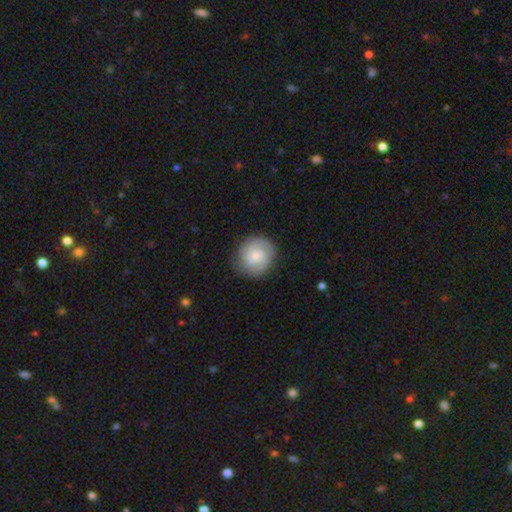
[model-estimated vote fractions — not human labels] Morphology: type=featured or disk (65%); edge-on=no (98%); bar=no (66%); spiral arms=yes (95%); winding=tight (56%); arm count=2 (34%); bulge=small (48%); merging=none (83%).